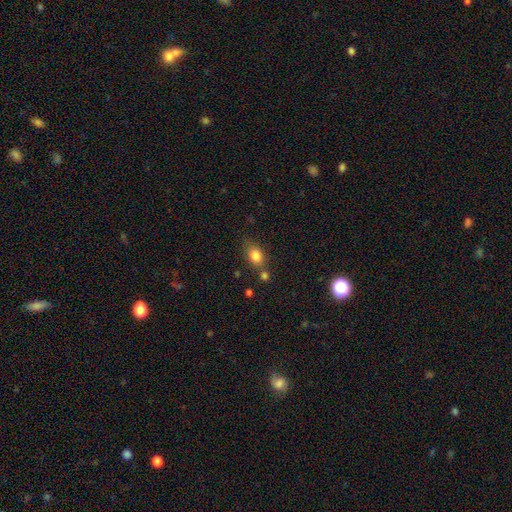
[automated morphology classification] Smooth or featured?
  - smooth: 83% *
  - star or artifact: 10%
  - featured or disk: 7%
How rounded?
  - in between: 70% *
  - round: 28%
  - cigar-shaped: 2%
Merging?
  - none: 62% *
  - minor disturbance: 18%
  - merger: 15%
  - major disturbance: 5%